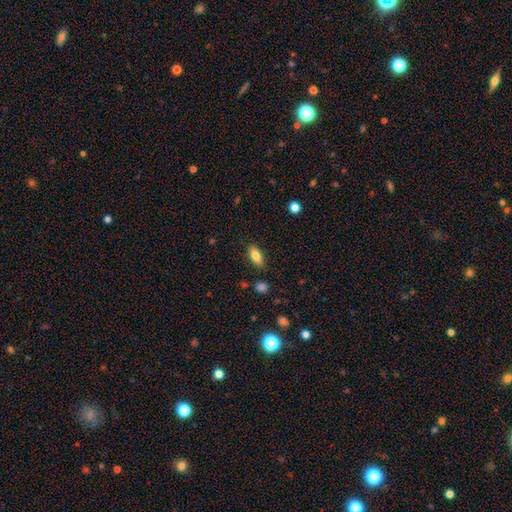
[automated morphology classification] A smooth galaxy with no disk features (80%) that is in between round and cigar-shaped (84%).

Vote fractions:
- Smooth or featured? smooth: 80% / featured or disk: 12% / star or artifact: 8%
- How rounded? in between: 84% / cigar-shaped: 13% / round: 3%
- Merging? none: 86% / minor disturbance: 10% / major disturbance: 2% / merger: 2%